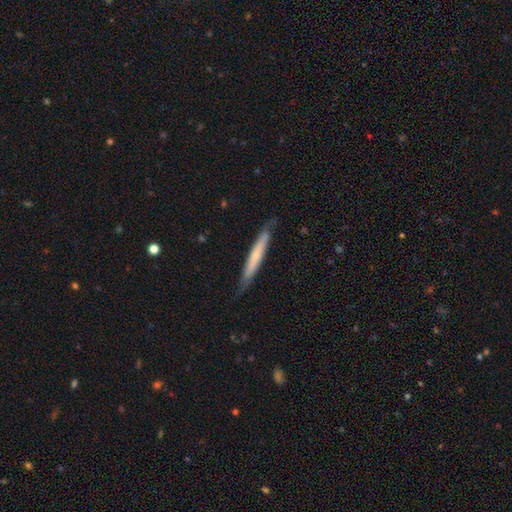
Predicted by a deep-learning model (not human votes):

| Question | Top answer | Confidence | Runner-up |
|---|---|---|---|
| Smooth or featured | smooth | 55% | featured or disk (40%) |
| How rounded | cigar-shaped | 96% | in between (3%) |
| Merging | none | 81% | minor disturbance (15%) |